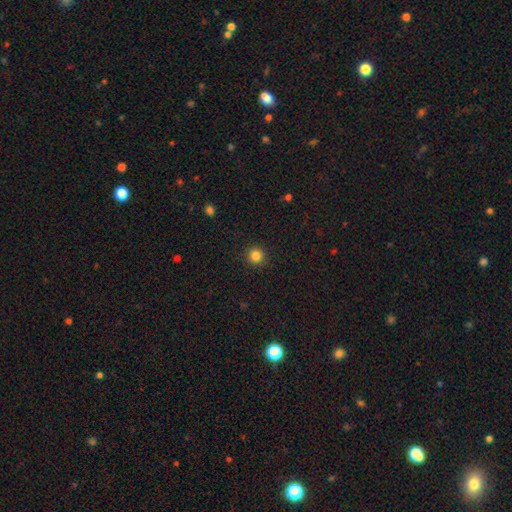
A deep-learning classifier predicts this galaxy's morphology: Smooth or featured: smooth — 84% (star or artifact — 12%)
How rounded: round — 95% (in between — 5%)
Merging: none — 92% (minor disturbance — 5%)